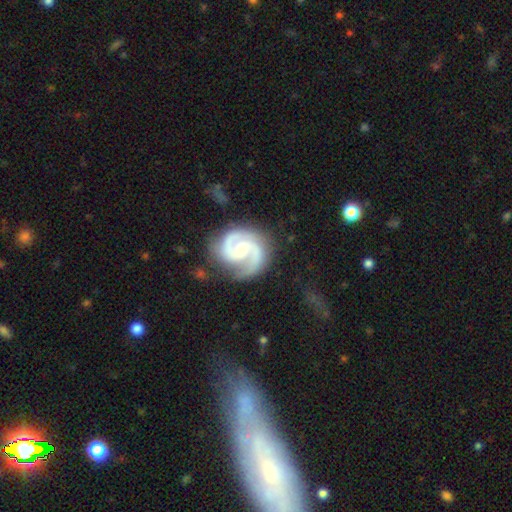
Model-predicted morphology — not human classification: Smooth or featured? featured or disk (92%)
Edge-on disk? no (98%)
Bar? no (53%)
Spiral arms? yes (98%)
Spiral winding? medium (57%)
Spiral arm count? 2 (90%)
Bulge size? moderate (48%)
Merging? none (75%)